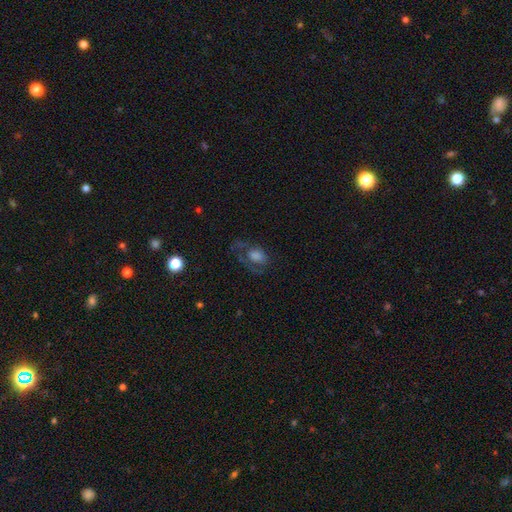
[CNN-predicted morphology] This appears to be a featured or disk galaxy (43%). Merging: none (45%).